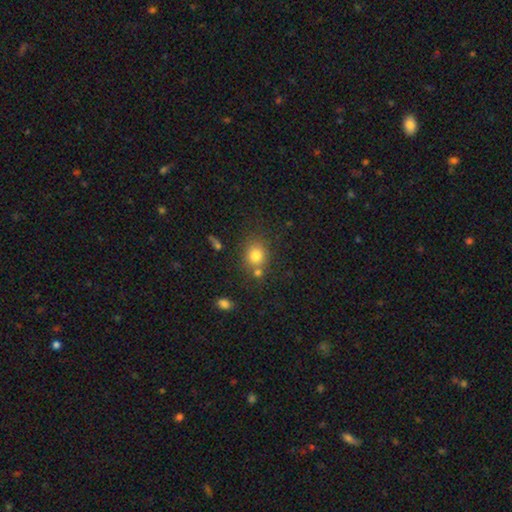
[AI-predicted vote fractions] Smooth or featured? smooth (79%)
How rounded? round (70%)
Merging? none (66%)